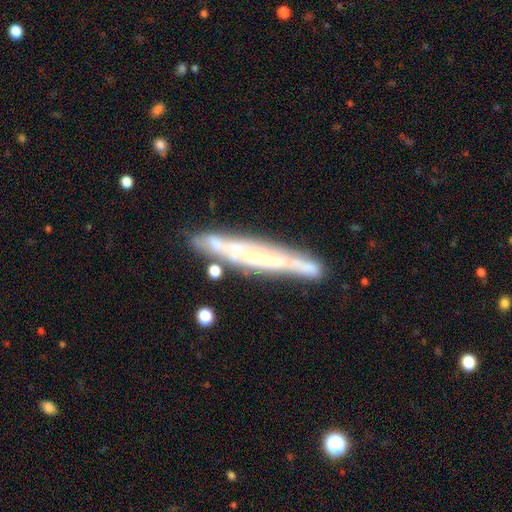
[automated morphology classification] smooth_or_featured: featured or disk (p=0.68) [alt: smooth p=0.25]
disk_edge_on: yes (p=0.86) [alt: no p=0.14]
edge_on_bulge: none (p=0.65) [alt: rounded p=0.27]
merging: none (p=0.78) [alt: minor disturbance p=0.14]